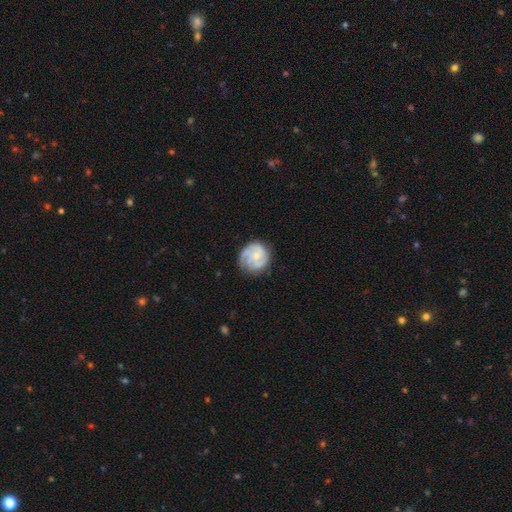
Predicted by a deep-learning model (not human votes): Morphology: type=featured or disk (67%); edge-on=no (98%); bar=no (74%); spiral arms=yes (90%); winding=tight (55%); arm count=3 (34%); bulge=small (56%); merging=none (71%).